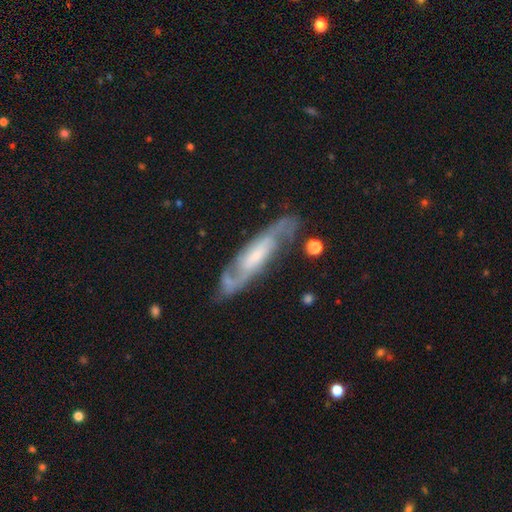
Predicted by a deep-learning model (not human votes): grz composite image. It shows a featured or disk galaxy (84%) with a weak bar (42%), 2 (84%) medium (51%) spiral arms (95%) and a small central bulge (44%). Merging: none (74%).